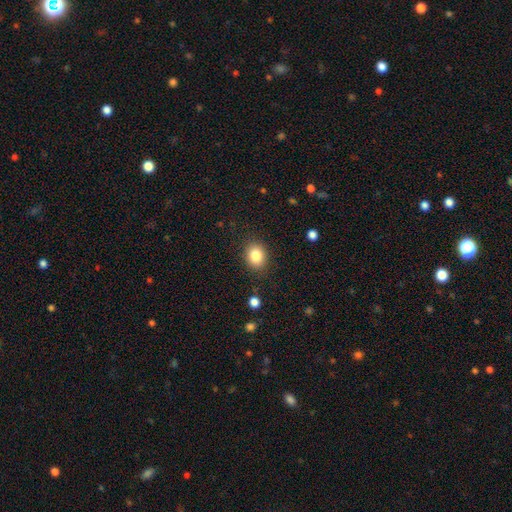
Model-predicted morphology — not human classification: A smooth galaxy with no disk features (84%) that is round (56%).

Vote fractions:
- Smooth or featured? smooth: 84% / star or artifact: 10% / featured or disk: 6%
- How rounded? round: 56% / in between: 43% / cigar-shaped: 1%
- Merging? none: 87% / minor disturbance: 9% / major disturbance: 3% / merger: 1%